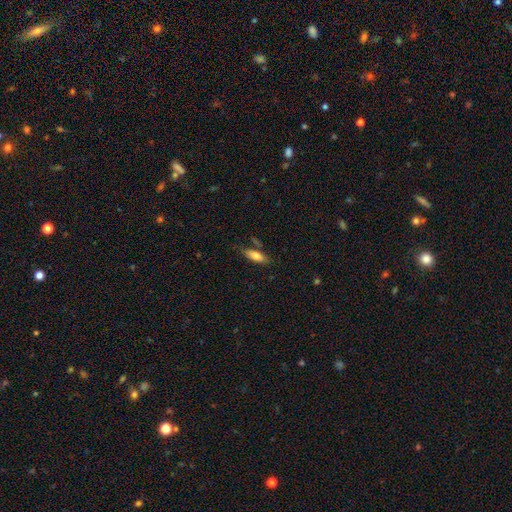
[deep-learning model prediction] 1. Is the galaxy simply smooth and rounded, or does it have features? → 76% smooth, 17% featured or disk, 7% star or artifact.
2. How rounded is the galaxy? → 64% in between, 34% cigar-shaped, 2% round.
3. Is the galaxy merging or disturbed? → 71% none, 18% minor disturbance, 7% merger, 5% major disturbance.